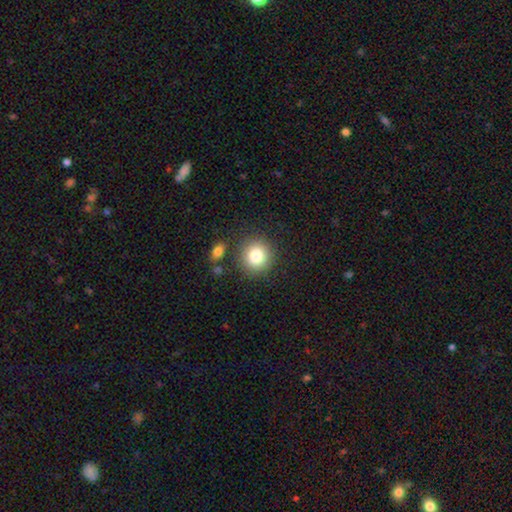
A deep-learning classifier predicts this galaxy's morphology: Smooth or featured?
  - smooth: 82% *
  - star or artifact: 10%
  - featured or disk: 8%
How rounded?
  - round: 88% *
  - in between: 11%
  - cigar-shaped: 1%
Merging?
  - none: 83% *
  - minor disturbance: 9%
  - merger: 5%
  - major disturbance: 3%